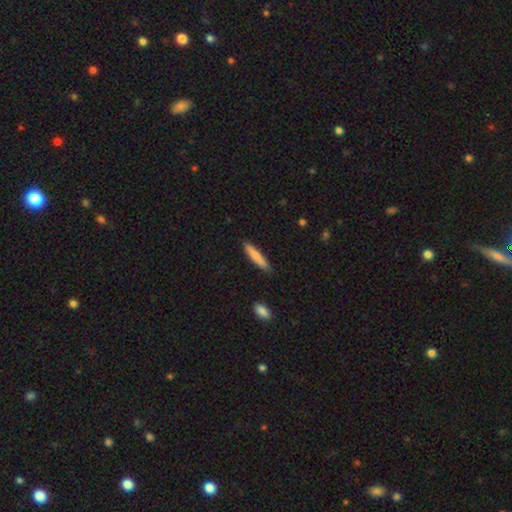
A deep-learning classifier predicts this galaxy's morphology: This is likely a smooth galaxy (79%). How rounded: clearly cigar-shaped (90%). Merging: clearly none (87%).